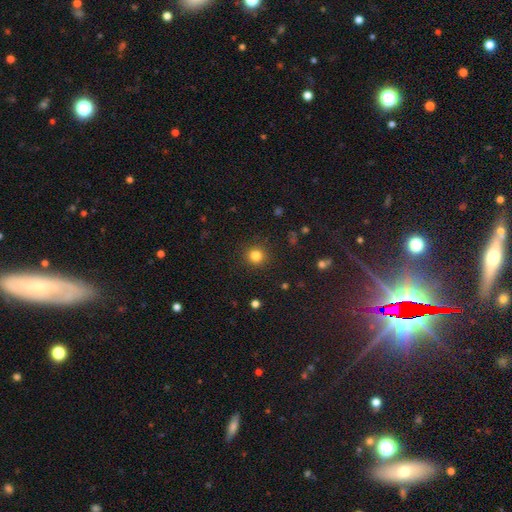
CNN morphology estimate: The model was most divided on "smooth or featured": smooth: 82%, star or artifact: 13%, featured or disk: 5%. More confident: how rounded — round (92%); merging — none (91%).